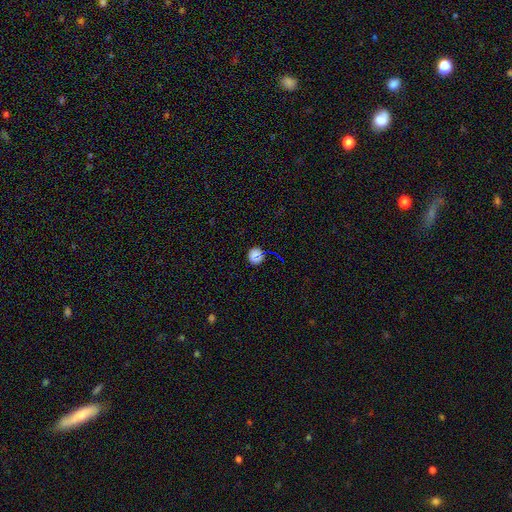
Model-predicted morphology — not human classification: Overall: smooth (75%). How rounded: round (86%). Merging: none (79%).